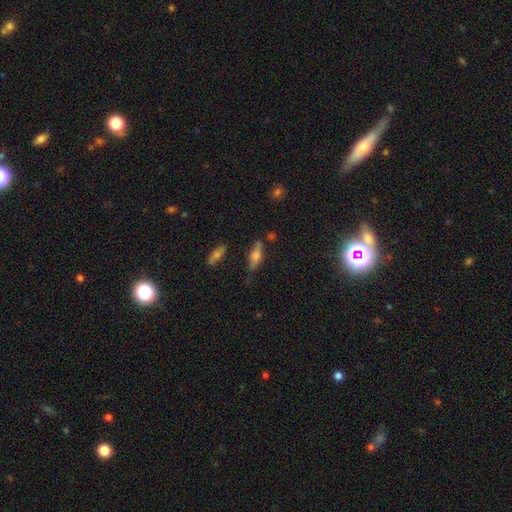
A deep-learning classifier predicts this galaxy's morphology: The model was most divided on "smooth or featured": smooth: 46%, featured or disk: 41%, star or artifact: 13%. More confident: merging — none (64%).